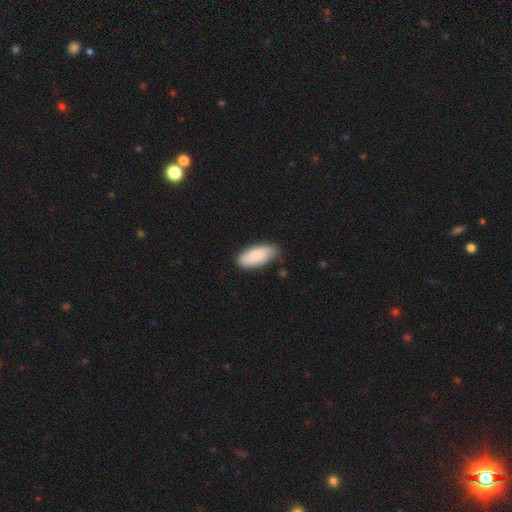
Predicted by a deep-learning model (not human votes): The model was most divided on "merging": none: 74%, minor disturbance: 21%, major disturbance: 3%, merger: 2%. More confident: how rounded — in between (88%); smooth or featured — smooth (83%).